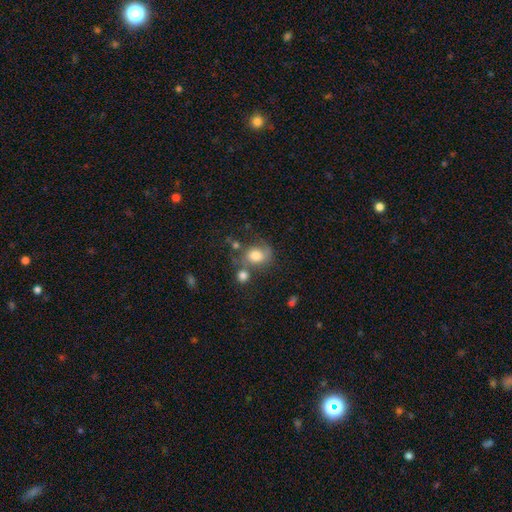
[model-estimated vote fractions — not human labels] This appears to be a smooth galaxy with no disk features (66%) that is round (59%). Merging: none (43%).